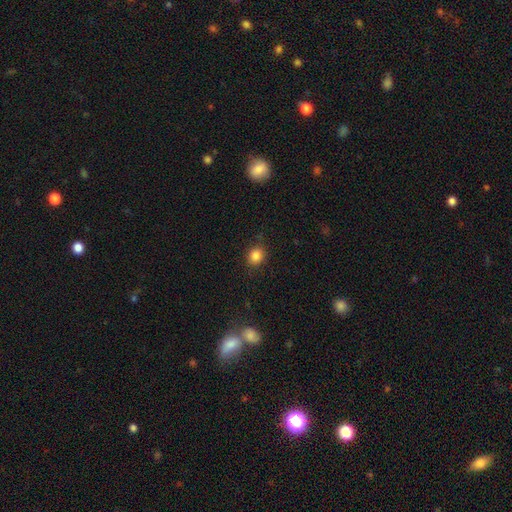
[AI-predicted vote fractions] smooth 84%, star or artifact 11%, featured or disk 5%. Down the decision tree: how rounded — round (76%); merging — none (85%).